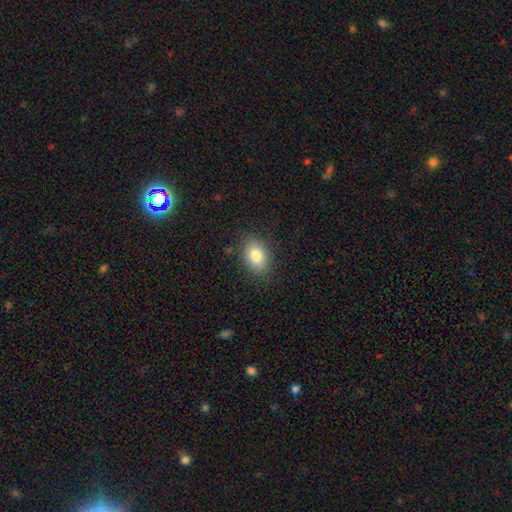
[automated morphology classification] Smooth or featured: smooth — 82% (featured or disk — 10%)
How rounded: in between — 79% (round — 20%)
Merging: none — 85% (minor disturbance — 11%)